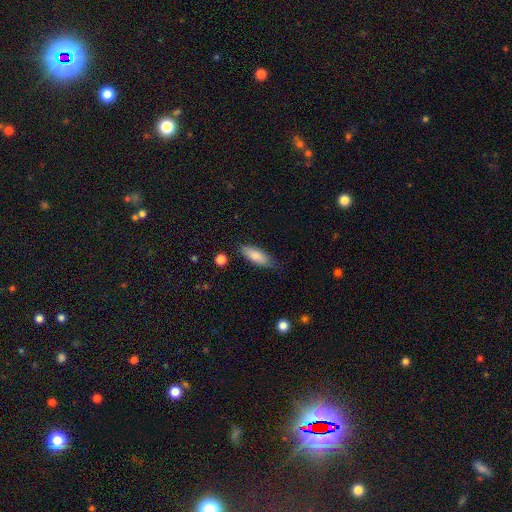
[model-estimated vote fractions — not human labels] This is clearly a smooth galaxy (83%). How rounded: likely in between (70%). Merging: likely none (76%).